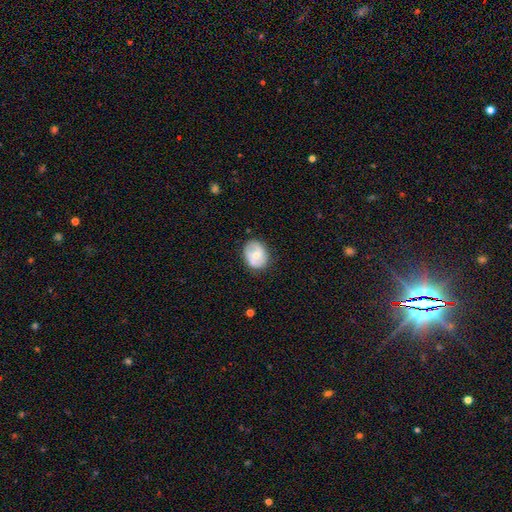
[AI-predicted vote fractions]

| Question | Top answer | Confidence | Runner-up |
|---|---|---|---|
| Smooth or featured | smooth | 48% | featured or disk (45%) |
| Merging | none | 73% | minor disturbance (20%) |